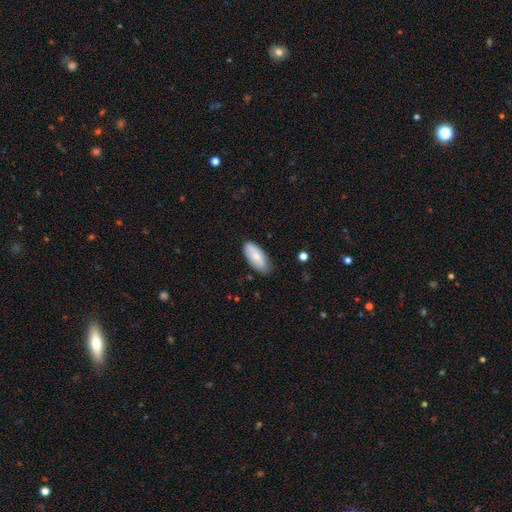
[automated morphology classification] Smooth or featured: smooth — 77% (featured or disk — 17%)
How rounded: in between — 88% (cigar-shaped — 10%)
Merging: none — 76% (minor disturbance — 20%)